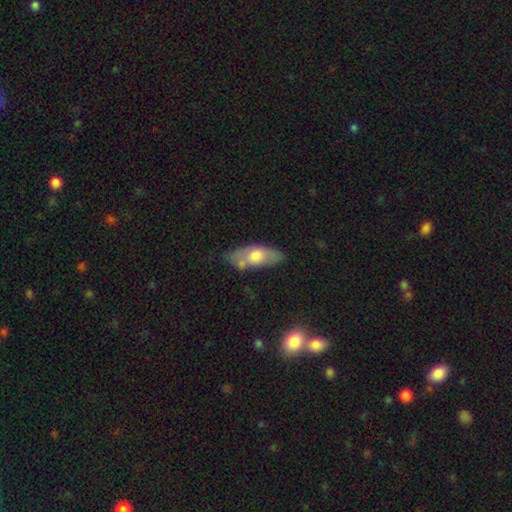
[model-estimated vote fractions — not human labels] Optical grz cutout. It shows a smooth galaxy with no disk features (63%) that is in between round and cigar-shaped (76%). Merging: none (63%).